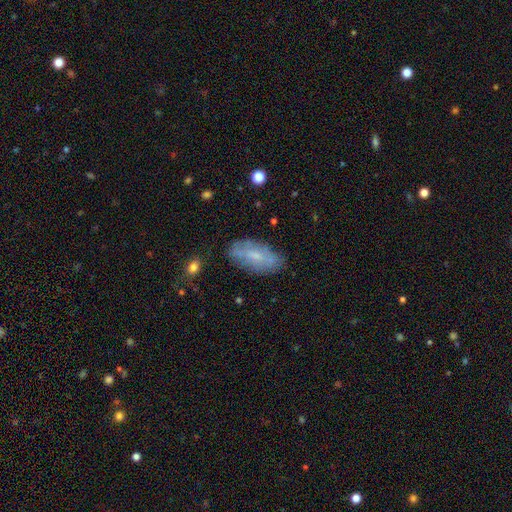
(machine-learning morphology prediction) Q: Smooth or featured?
A: smooth (53%); runner-up: featured or disk (39%)
Q: How rounded?
A: in between (87%); runner-up: cigar-shaped (10%)
Q: Merging?
A: none (73%); runner-up: minor disturbance (19%)